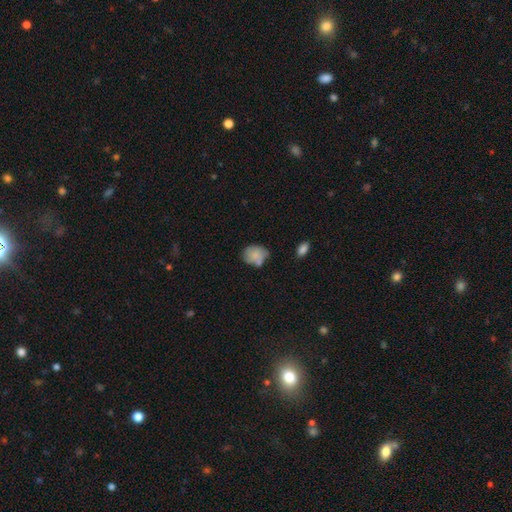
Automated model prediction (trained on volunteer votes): smooth-or-featured: smooth: 76% | featured or disk: 16% | star or artifact: 8%
  how-rounded: in between: 51% | round: 48% | cigar-shaped: 1%
  merging: none: 55% | minor disturbance: 26% | merger: 13% | major disturbance: 7%